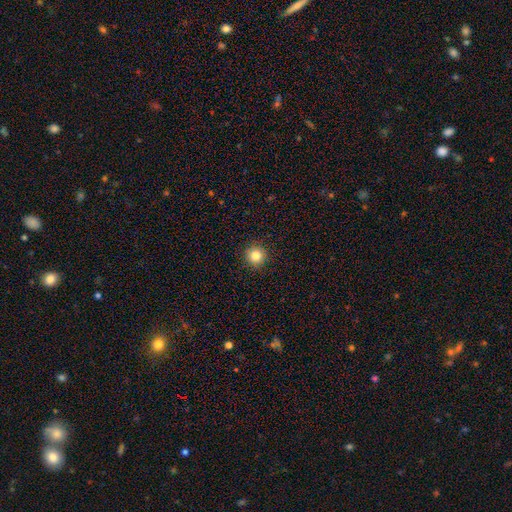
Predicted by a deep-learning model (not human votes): The model was most divided on "smooth or featured": smooth: 83%, star or artifact: 11%, featured or disk: 6%. More confident: how rounded — round (95%); merging — none (92%).